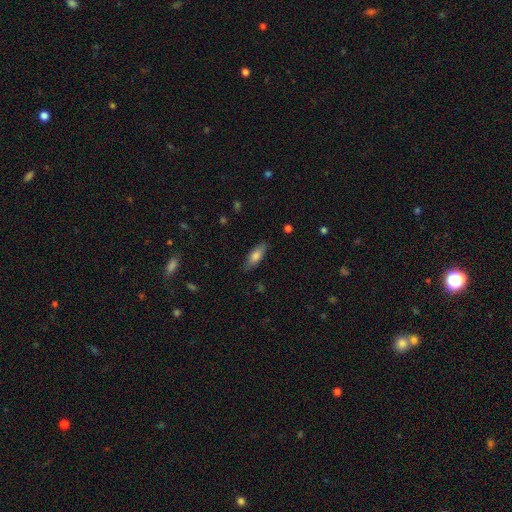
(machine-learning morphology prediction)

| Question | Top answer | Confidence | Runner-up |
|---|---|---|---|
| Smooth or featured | smooth | 73% | featured or disk (20%) |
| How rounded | in between | 62% | cigar-shaped (36%) |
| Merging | none | 84% | minor disturbance (12%) |